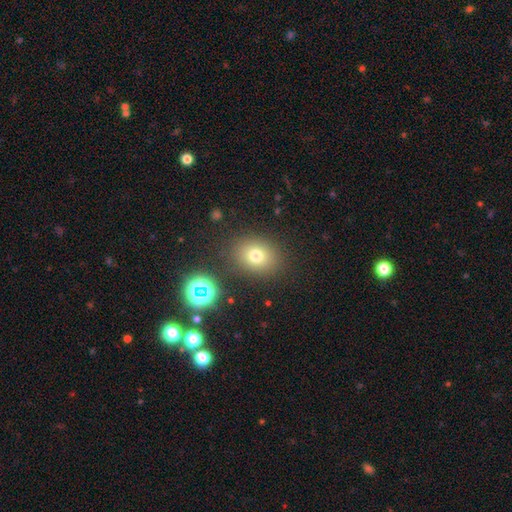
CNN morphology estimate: A smooth galaxy with no disk features (74%) that is round (55%).

Vote fractions:
- Smooth or featured? smooth: 74% / star or artifact: 16% / featured or disk: 10%
- How rounded? round: 55% / in between: 44% / cigar-shaped: 1%
- Merging? none: 83% / minor disturbance: 9% / major disturbance: 4% / merger: 3%